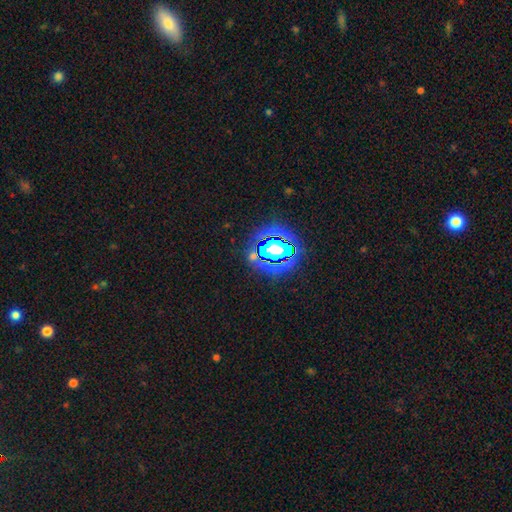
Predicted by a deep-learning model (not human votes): Smooth or featured? star or artifact (67%)